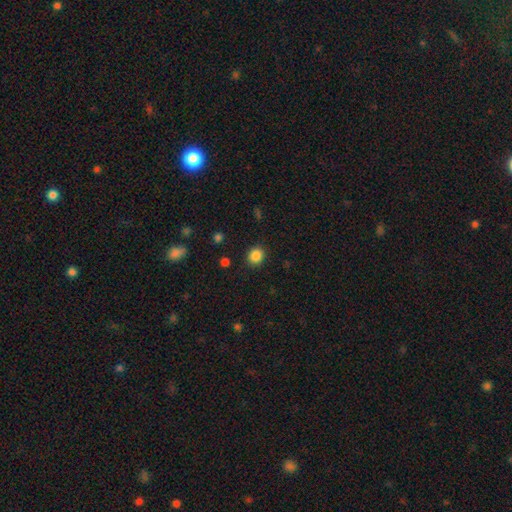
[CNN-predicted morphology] The model was most divided on "how rounded": round: 83%, in between: 16%, cigar-shaped: 1%. More confident: merging — none (89%); smooth or featured — smooth (86%).